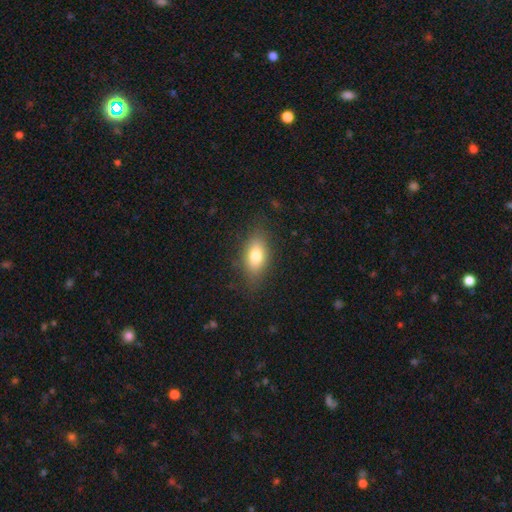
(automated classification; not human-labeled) smooth-or-featured: smooth: 77% | featured or disk: 14% | star or artifact: 9%
  how-rounded: in between: 85% | round: 9% | cigar-shaped: 7%
  merging: none: 82% | minor disturbance: 13% | major disturbance: 4% | merger: 1%